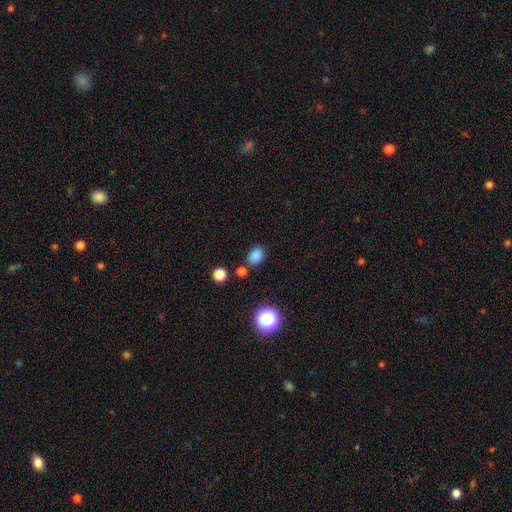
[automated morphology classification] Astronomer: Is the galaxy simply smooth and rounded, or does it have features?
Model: smooth — 82%.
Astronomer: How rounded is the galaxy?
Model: in between — 61% (runner-up: round, 38%).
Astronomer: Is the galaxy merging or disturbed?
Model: none — 75%.